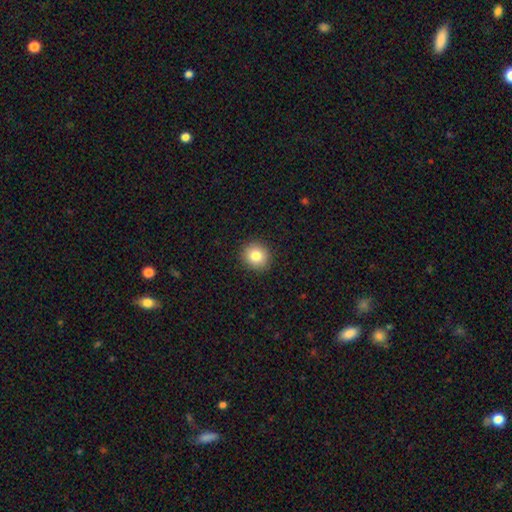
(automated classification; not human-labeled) Smooth or featured?
  - smooth: 82% *
  - star or artifact: 10%
  - featured or disk: 8%
How rounded?
  - round: 86% *
  - in between: 13%
  - cigar-shaped: 1%
Merging?
  - none: 92% *
  - minor disturbance: 5%
  - major disturbance: 2%
  - merger: 1%